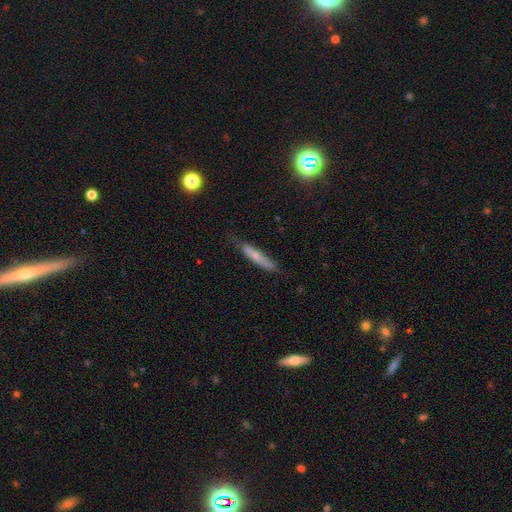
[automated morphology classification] Smooth or featured? Predicted: smooth (p=0.60). How rounded? Predicted: cigar-shaped (p=0.90). Merging? Predicted: none (p=0.69).